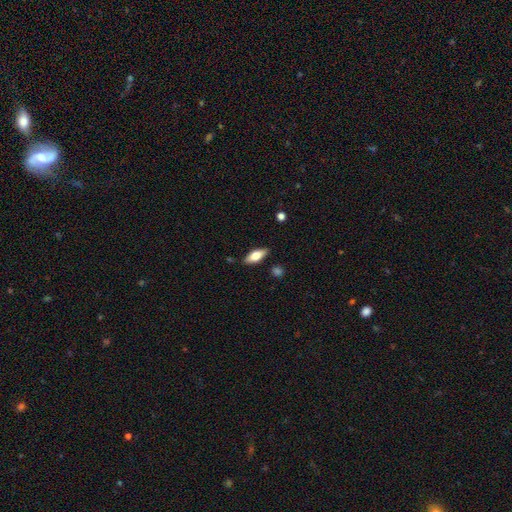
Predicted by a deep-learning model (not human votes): Q: Smooth or featured?
A: smooth (60%); runner-up: featured or disk (33%)
Q: How rounded?
A: in between (74%); runner-up: cigar-shaped (23%)
Q: Merging?
A: none (85%); runner-up: minor disturbance (11%)